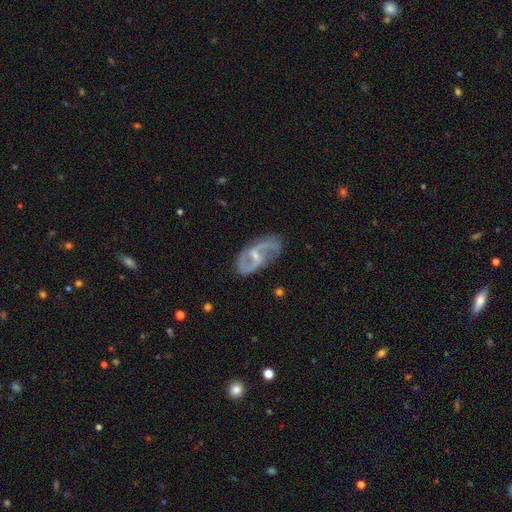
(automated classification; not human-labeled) A featured or disk galaxy (87%) with a weak bar (48%), 2 (90%) loose (44%) spiral arms (94%) and a small central bulge (66%). Merging: none (74%).